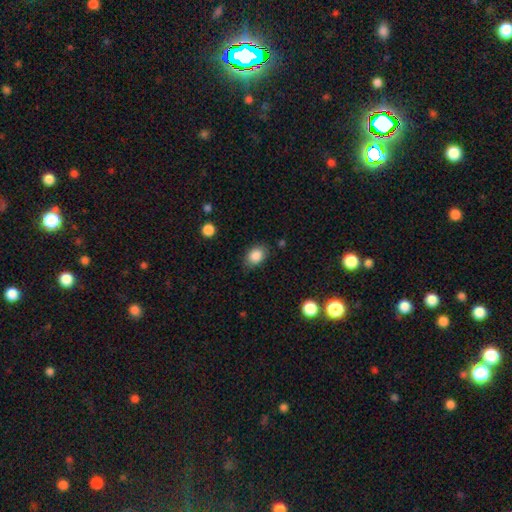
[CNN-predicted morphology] Smooth or featured? smooth (86%)
How rounded? in between (72%)
Merging? none (80%)